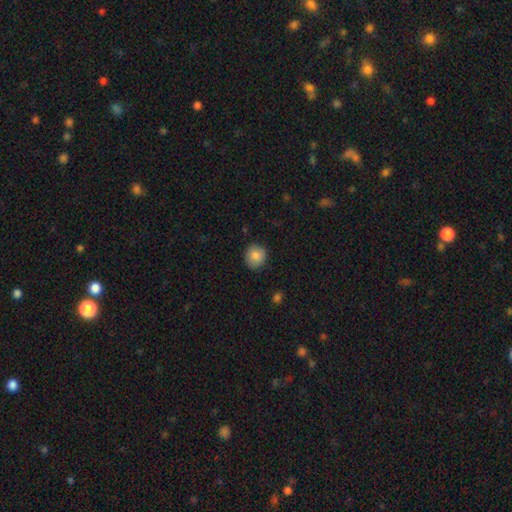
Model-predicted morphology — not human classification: Smooth or featured? Predicted: smooth (p=0.85). How rounded? Predicted: round (p=0.87). Merging? Predicted: none (p=0.87).